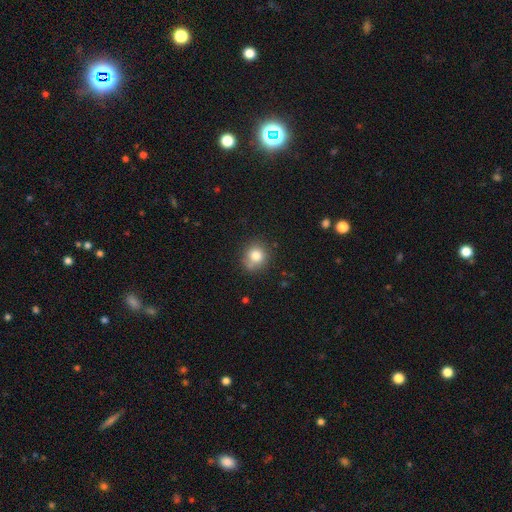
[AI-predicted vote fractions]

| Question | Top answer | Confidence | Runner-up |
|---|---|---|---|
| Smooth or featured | smooth | 80% | star or artifact (11%) |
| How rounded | round | 83% | in between (16%) |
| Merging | none | 72% | minor disturbance (19%) |